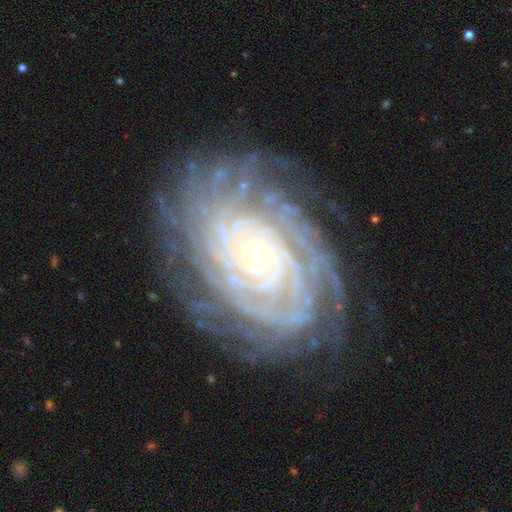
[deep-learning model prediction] Morphology: type=featured or disk (88%); edge-on=no (97%); bar=no (78%); spiral arms=yes (98%); winding=tight (88%); arm count=more than 4 (33%); bulge=small (85%); merging=none (80%).